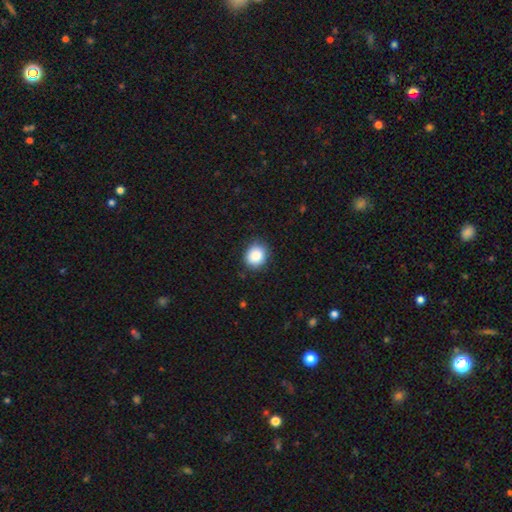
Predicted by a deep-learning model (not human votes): This appears to be a smooth galaxy with no disk features (87%) that is round (72%). Merging: none (85%).